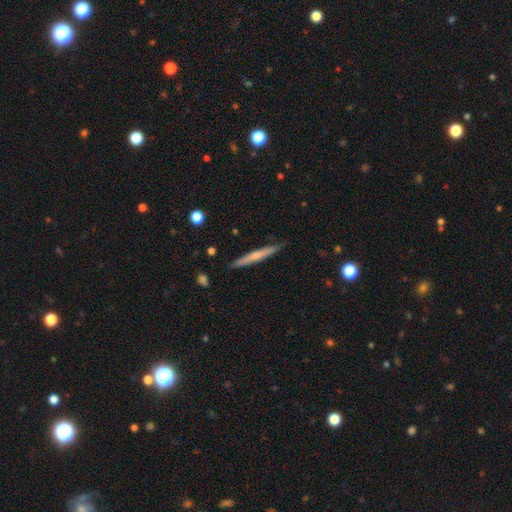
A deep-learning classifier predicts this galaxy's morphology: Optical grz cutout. It shows a featured or disk galaxy (49%). Merging: none (89%).